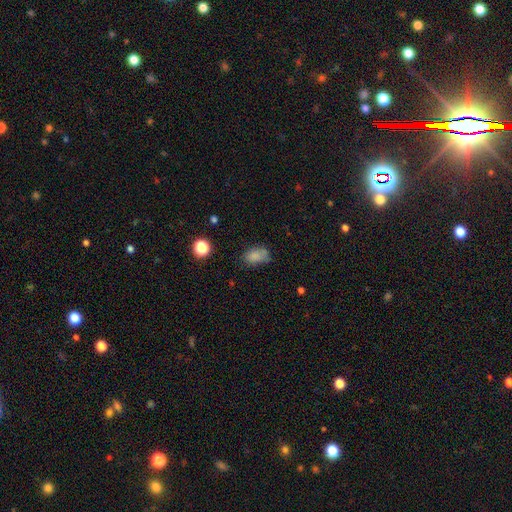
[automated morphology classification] Smooth or featured: smooth — 78% (star or artifact — 12%)
How rounded: in between — 84% (round — 14%)
Merging: none — 55% (minor disturbance — 28%)